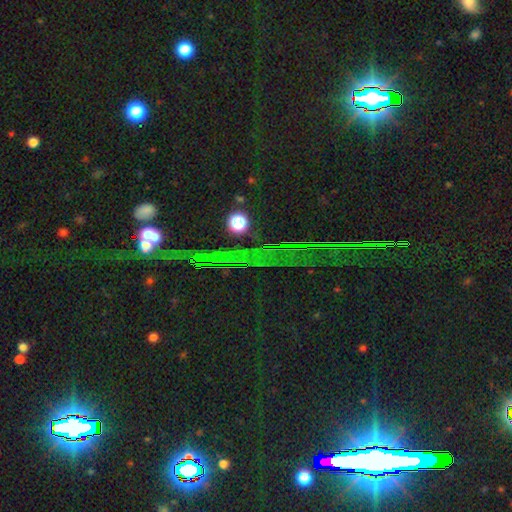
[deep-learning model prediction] A star or artifact, not a galaxy (83%).

Vote fractions:
- Smooth or featured? star or artifact: 83% / smooth: 9% / featured or disk: 7%